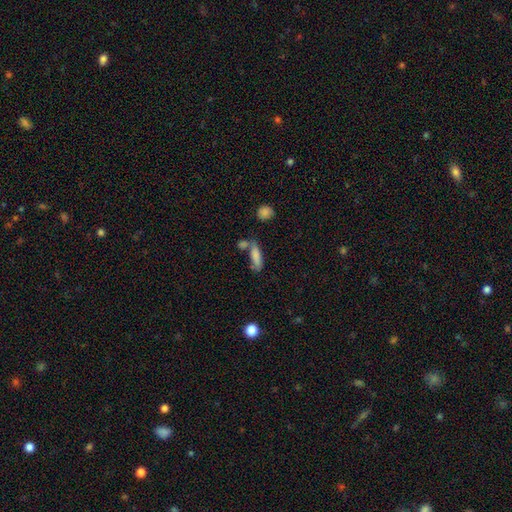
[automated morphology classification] smooth_or_featured: smooth (p=0.80) [alt: featured or disk p=0.11]
how_rounded: cigar-shaped (p=0.49) [alt: in between p=0.48]
merging: none (p=0.47) [alt: merger p=0.29]